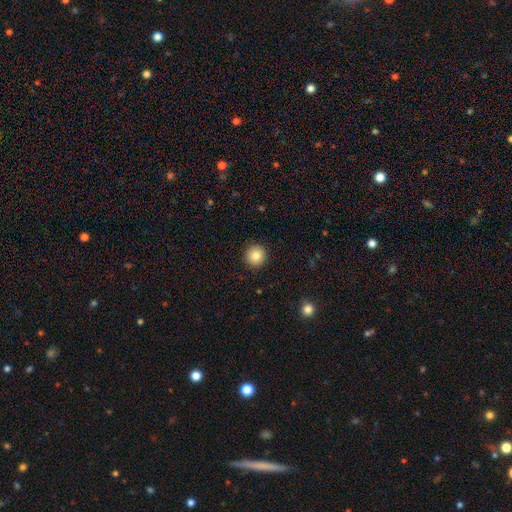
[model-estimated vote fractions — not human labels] Smooth or featured? Predicted: smooth (p=0.84). How rounded? Predicted: round (p=0.93). Merging? Predicted: none (p=0.91).